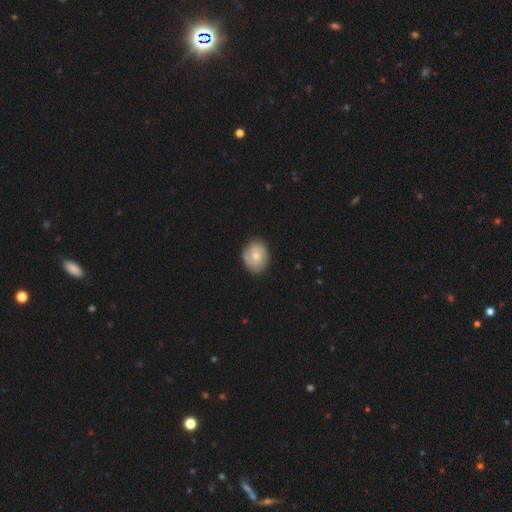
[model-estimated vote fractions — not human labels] This is possibly a featured or disk galaxy (56%). It is clearly not viewed edge-on (98%). Bar: possibly no (59%). Spiral arm pattern: clearly yes (88%). Central bulge: possibly moderate (51%). Merging: clearly none (82%).